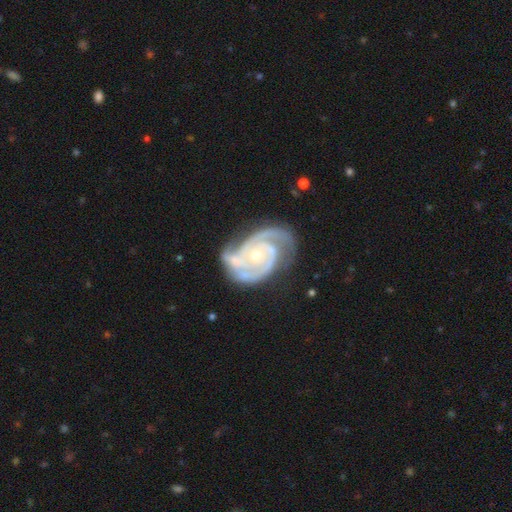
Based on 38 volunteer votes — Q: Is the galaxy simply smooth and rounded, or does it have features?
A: featured or disk — 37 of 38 (97%).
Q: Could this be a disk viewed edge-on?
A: no — 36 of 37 (97%).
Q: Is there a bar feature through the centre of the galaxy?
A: no — 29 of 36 (81%).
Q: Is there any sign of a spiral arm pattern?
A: yes — 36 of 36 (100%).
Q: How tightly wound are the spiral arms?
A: tight — 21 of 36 (58%).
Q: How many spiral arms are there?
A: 2 — 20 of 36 (56%).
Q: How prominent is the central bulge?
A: moderate — 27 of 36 (75%).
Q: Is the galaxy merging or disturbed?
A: none — 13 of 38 (34%).